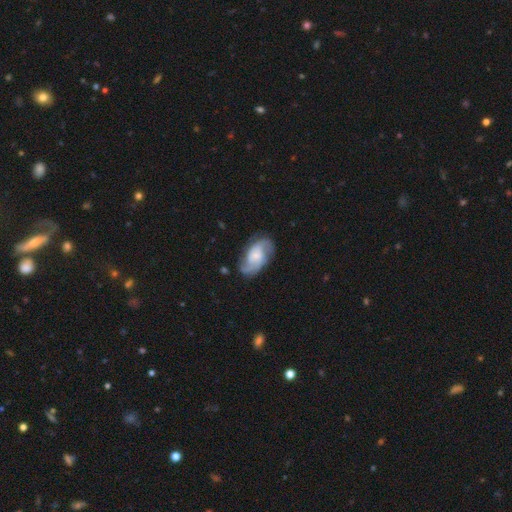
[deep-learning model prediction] Smooth or featured?
  - featured or disk: 78% *
  - smooth: 16%
  - star or artifact: 6%
Edge-on disk?
  - no: 97% *
  - yes: 3%
Bar?
  - no: 53% *
  - weak: 39%
  - strong: 8%
Spiral arms?
  - yes: 94% *
  - no: 6%
Spiral winding?
  - medium: 49% *
  - loose: 27%
  - tight: 25%
Spiral arm count?
  - 2: 72% *
  - can't tell: 10%
  - 3: 9%
  - 1: 4%
  - 4: 2%
  - more than 4: 2%
Bulge size?
  - small: 44% *
  - moderate: 30%
  - none: 15%
  - large: 9%
  - dominant: 2%
Merging?
  - none: 68% *
  - minor disturbance: 20%
  - major disturbance: 10%
  - merger: 2%